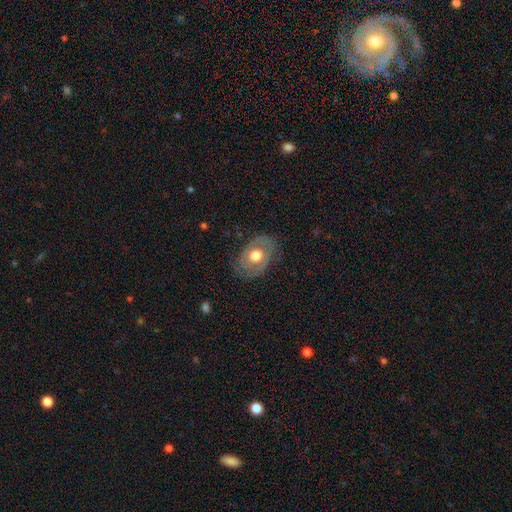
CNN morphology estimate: Q: Smooth or featured?
A: featured or disk (56%); runner-up: smooth (37%)
Q: Edge-on disk?
A: no (93%); runner-up: yes (7%)
Q: Bar?
A: no (86%); runner-up: weak (12%)
Q: Spiral arms?
A: no (55%); runner-up: yes (45%)
Q: Bulge size?
A: moderate (57%); runner-up: large (36%)
Q: Merging?
A: none (72%); runner-up: minor disturbance (19%)